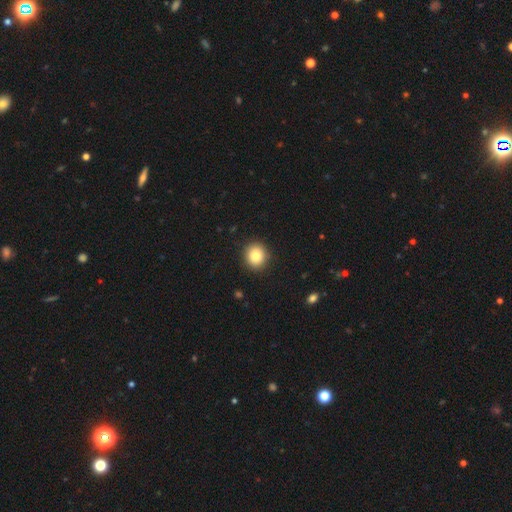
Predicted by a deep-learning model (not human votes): smooth 84%, star or artifact 9%, featured or disk 7%. Down the decision tree: how rounded — round (85%); merging — none (91%).